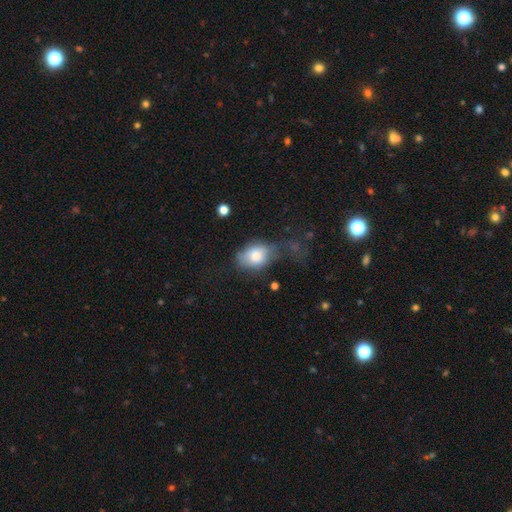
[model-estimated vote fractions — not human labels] smooth 77%, featured or disk 15%, star or artifact 8%. Down the decision tree: how rounded — in between (76%); merging — minor disturbance (33%).